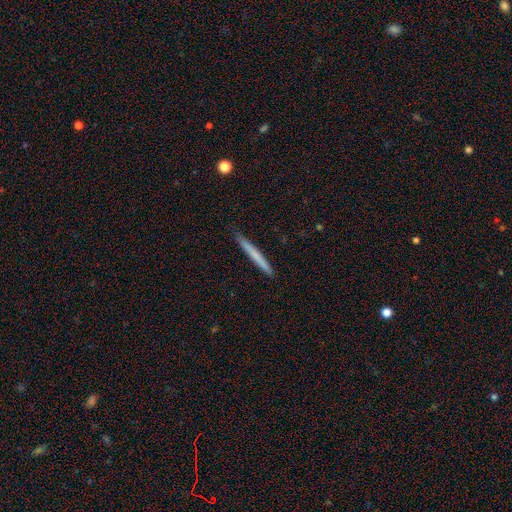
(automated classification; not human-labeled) Q: Smooth or featured?
A: smooth (66%); runner-up: featured or disk (29%)
Q: How rounded?
A: cigar-shaped (97%); runner-up: in between (2%)
Q: Merging?
A: none (88%); runner-up: minor disturbance (9%)